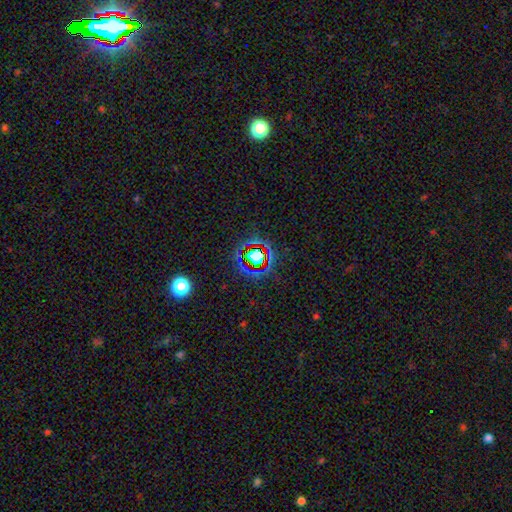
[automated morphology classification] star or artifact 65%, smooth 23%, featured or disk 12%.